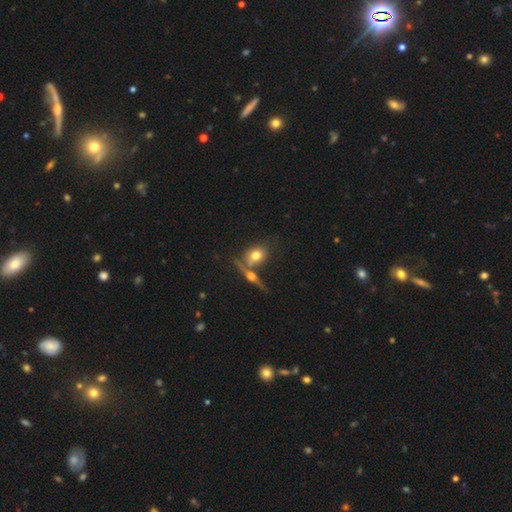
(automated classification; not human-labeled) Smooth or featured?
  - smooth: 65% *
  - featured or disk: 26%
  - star or artifact: 9%
How rounded?
  - in between: 55% *
  - round: 41%
  - cigar-shaped: 4%
Merging?
  - none: 46% *
  - merger: 36%
  - minor disturbance: 12%
  - major disturbance: 6%